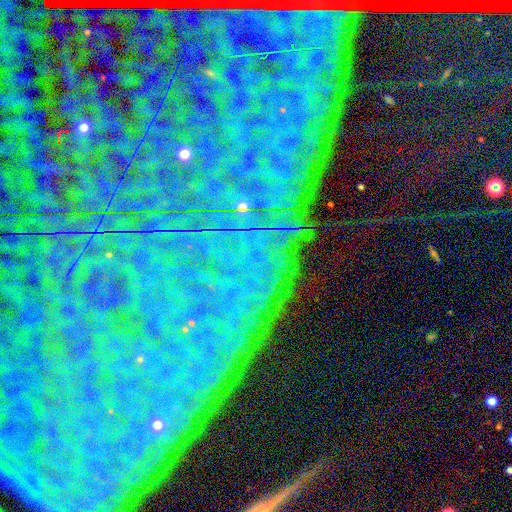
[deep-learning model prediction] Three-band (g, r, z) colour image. It shows a star or artifact, not a galaxy (82%).